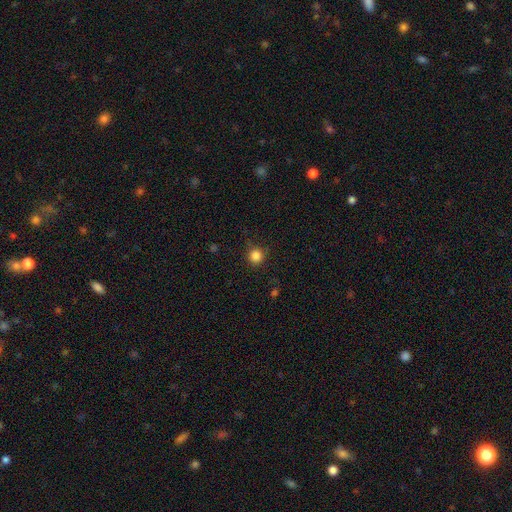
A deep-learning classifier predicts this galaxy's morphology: Smooth or featured?
  - smooth: 84% *
  - star or artifact: 12%
  - featured or disk: 4%
How rounded?
  - round: 94% *
  - in between: 5%
  - cigar-shaped: 1%
Merging?
  - none: 86% *
  - minor disturbance: 10%
  - major disturbance: 3%
  - merger: 1%